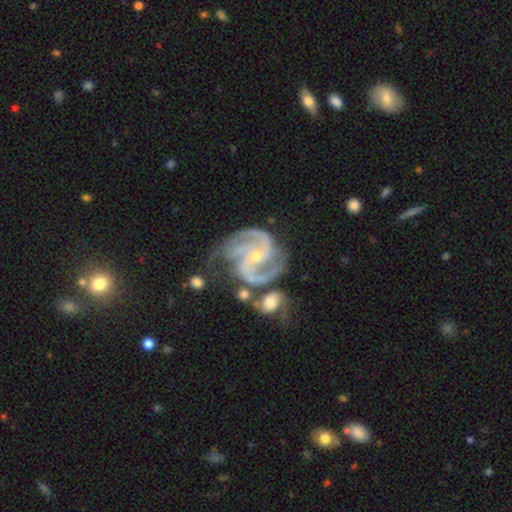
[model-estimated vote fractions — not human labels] Smooth or featured?
  - featured or disk: 93% *
  - star or artifact: 4%
  - smooth: 3%
Edge-on disk?
  - no: 98% *
  - yes: 2%
Bar?
  - no: 52% *
  - weak: 31%
  - strong: 16%
Spiral arms?
  - yes: 99% *
  - no: 1%
Spiral winding?
  - medium: 54% *
  - tight: 37%
  - loose: 8%
Spiral arm count?
  - 3: 48% *
  - 2: 30%
  - 4: 9%
  - can't tell: 5%
  - 1: 4%
  - more than 4: 4%
Bulge size?
  - small: 68% *
  - moderate: 29%
  - none: 1%
  - large: 1%
  - dominant: 1%
Merging?
  - none: 53% *
  - minor disturbance: 22%
  - merger: 14%
  - major disturbance: 12%